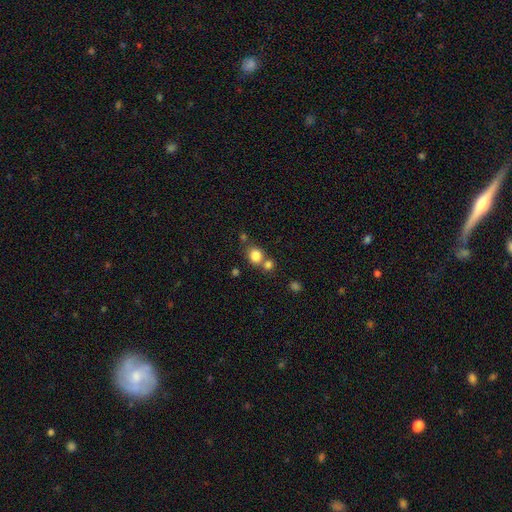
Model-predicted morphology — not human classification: type=smooth (82%); roundness=round (76%); merging=none (55%).